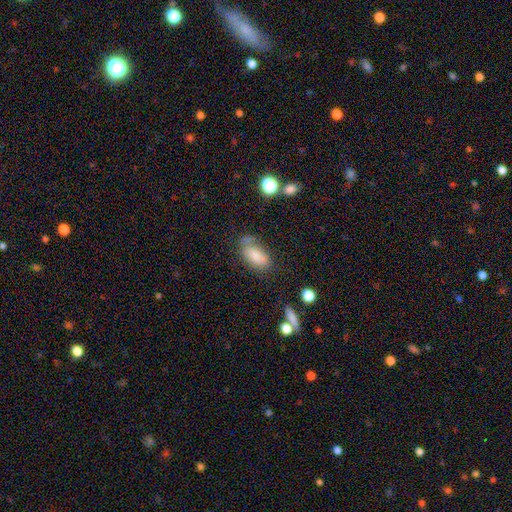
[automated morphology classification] type=smooth (77%); roundness=in between (91%); merging=none (53%).